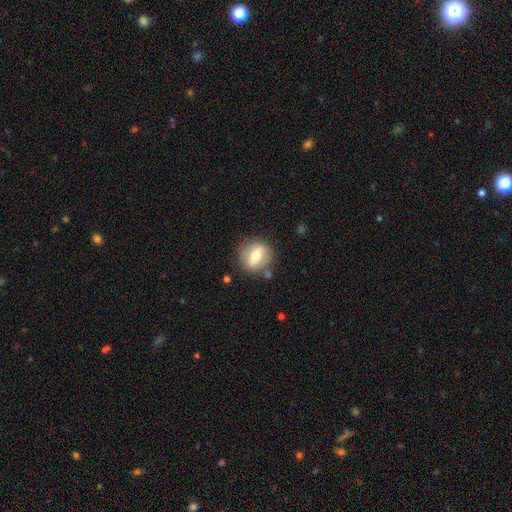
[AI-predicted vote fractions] This appears to be a smooth galaxy with no disk features (53%) that is round (76%). Merging: none (78%).